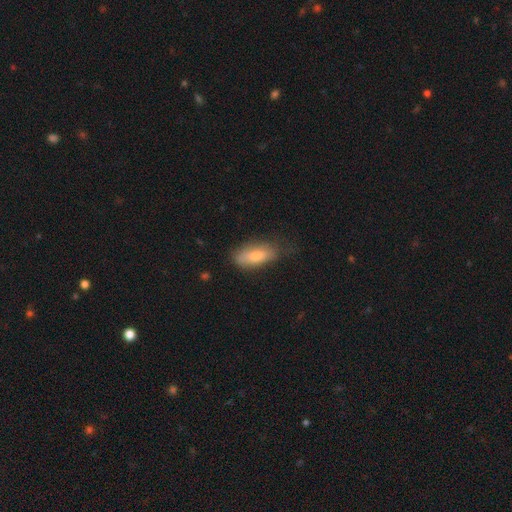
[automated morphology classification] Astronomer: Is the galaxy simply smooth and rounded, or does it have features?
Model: smooth — 72%.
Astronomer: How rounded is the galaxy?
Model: in between — 77%.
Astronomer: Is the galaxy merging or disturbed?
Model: none — 65%.